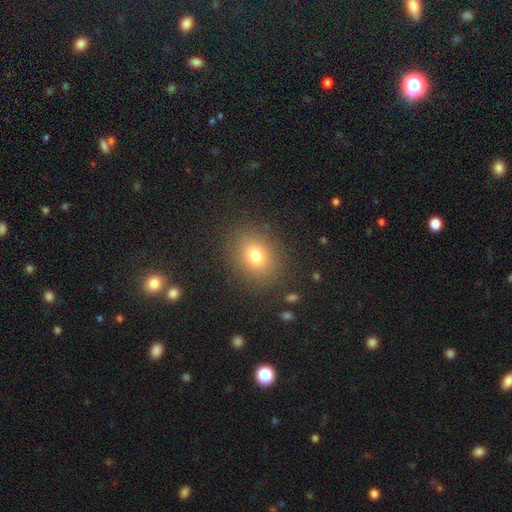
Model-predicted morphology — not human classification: This is likely a smooth galaxy (76%). How rounded: possibly round (58%). Merging: clearly none (86%).